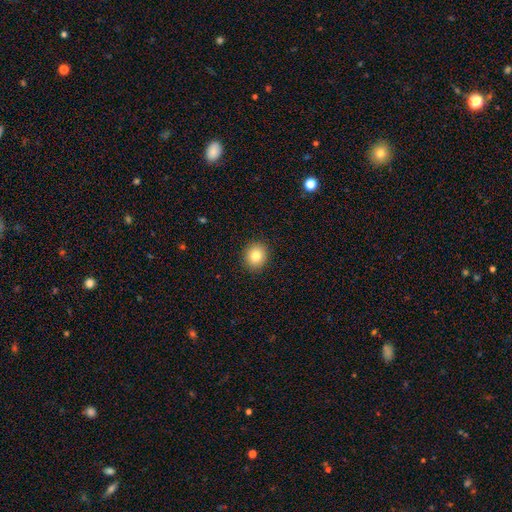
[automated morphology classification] Smooth or featured: smooth — 83% (star or artifact — 10%)
How rounded: round — 77% (in between — 22%)
Merging: none — 91% (minor disturbance — 6%)